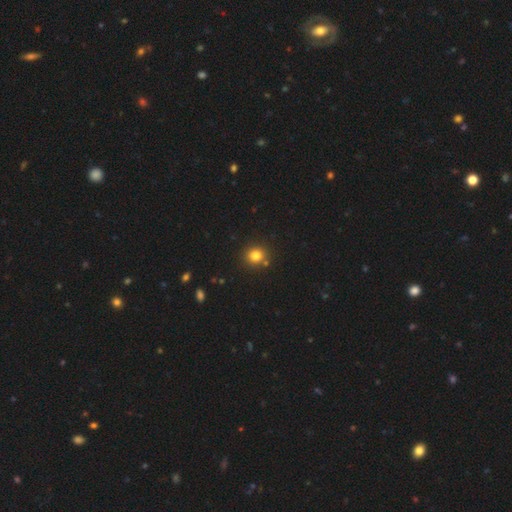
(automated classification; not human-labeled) Smooth or featured?
  - smooth: 81% *
  - star or artifact: 13%
  - featured or disk: 6%
How rounded?
  - round: 87% *
  - in between: 12%
  - cigar-shaped: 1%
Merging?
  - none: 83% *
  - minor disturbance: 8%
  - merger: 7%
  - major disturbance: 2%